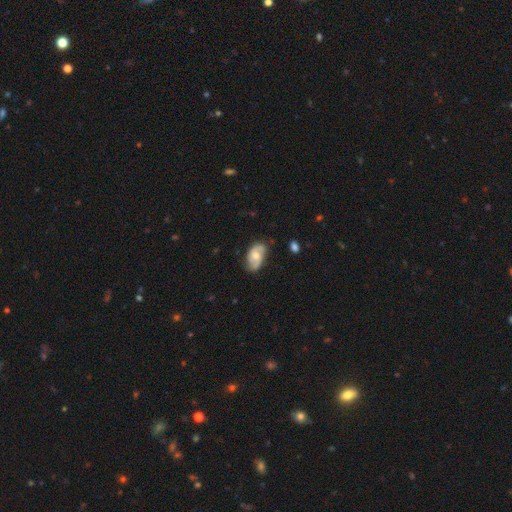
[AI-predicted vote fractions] Smooth or featured? Predicted: featured or disk (p=0.66). Edge-on disk? Predicted: no (p=0.96). Bar? Predicted: no (p=0.62). Spiral arms? Predicted: yes (p=0.90). Spiral winding? Predicted: medium (p=0.44). Spiral arm count? Predicted: 2 (p=0.84). Bulge size? Predicted: moderate (p=0.61). Merging? Predicted: none (p=0.72).